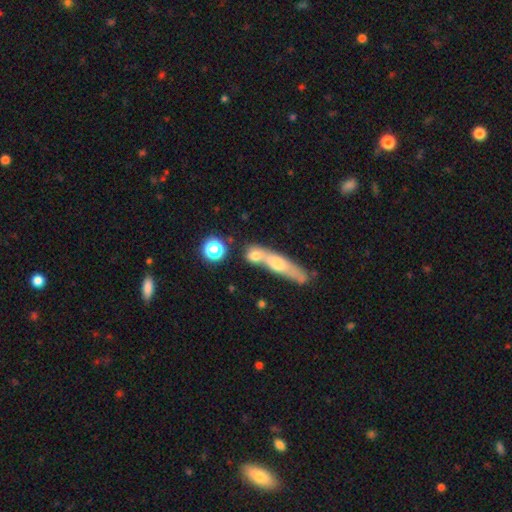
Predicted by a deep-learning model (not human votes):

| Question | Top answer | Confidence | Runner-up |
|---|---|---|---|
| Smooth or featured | smooth | 62% | featured or disk (27%) |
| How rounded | cigar-shaped | 38% | round (33%) |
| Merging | merger | 52% | none (35%) |